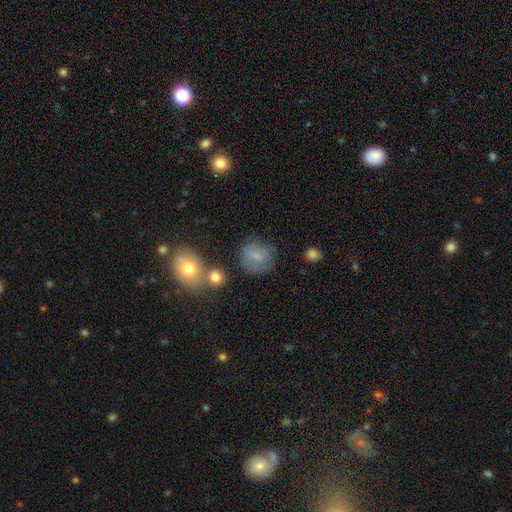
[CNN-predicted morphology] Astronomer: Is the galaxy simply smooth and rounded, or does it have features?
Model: smooth — 73%.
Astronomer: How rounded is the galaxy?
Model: round — 76%.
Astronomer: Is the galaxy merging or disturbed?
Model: none — 64%.